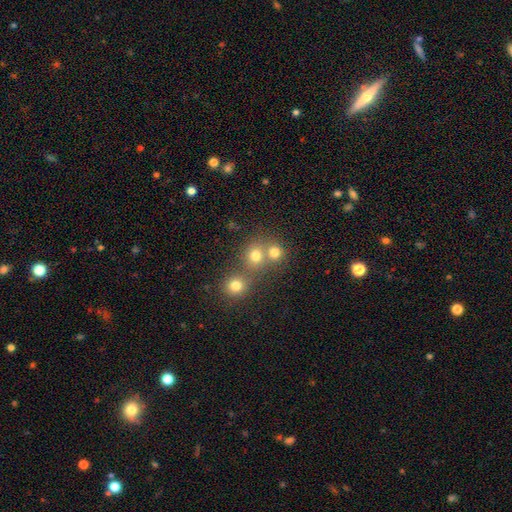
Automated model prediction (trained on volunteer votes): Morphology: type=smooth (75%); roundness=round (85%); merging=none (53%).